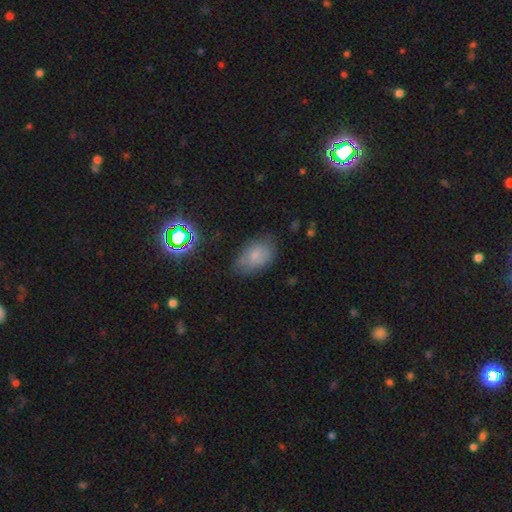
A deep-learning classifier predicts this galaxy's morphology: Smooth or featured?
  - smooth: 71% *
  - star or artifact: 15%
  - featured or disk: 14%
How rounded?
  - in between: 86% *
  - round: 12%
  - cigar-shaped: 2%
Merging?
  - none: 61% *
  - minor disturbance: 27%
  - major disturbance: 9%
  - merger: 3%